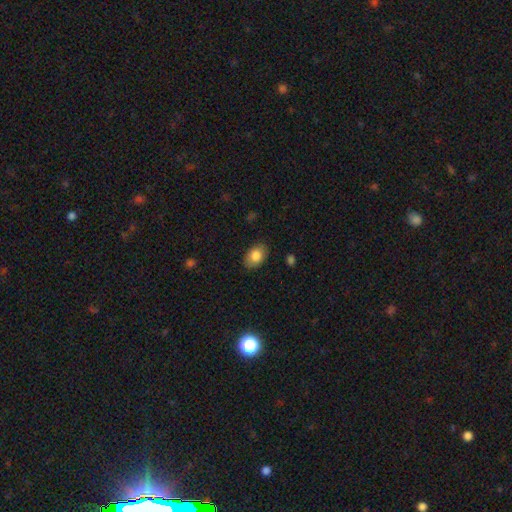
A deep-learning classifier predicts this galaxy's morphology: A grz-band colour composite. It shows a smooth galaxy with no disk features (84%) that is in between round and cigar-shaped (81%). Merging: none (85%).